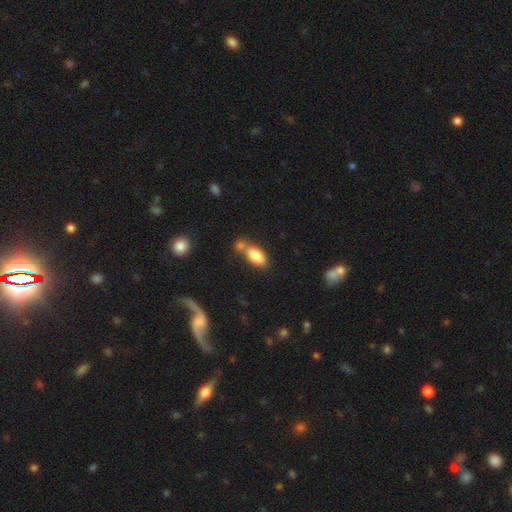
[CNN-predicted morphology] Overall: smooth (83%). How rounded: in between (89%). Merging: none (49%; merger 33%).